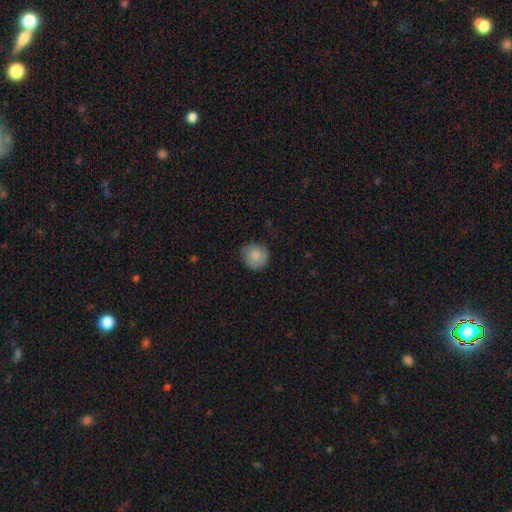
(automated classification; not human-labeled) smooth_or_featured: smooth (p=0.83) [alt: featured or disk p=0.09]
how_rounded: round (p=0.89) [alt: in between p=0.10]
merging: none (p=0.70) [alt: minor disturbance p=0.24]